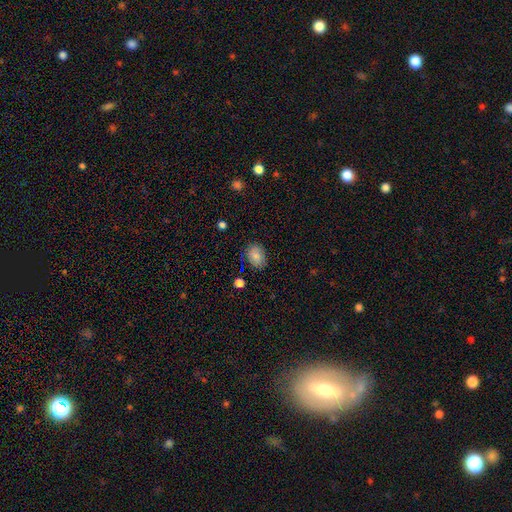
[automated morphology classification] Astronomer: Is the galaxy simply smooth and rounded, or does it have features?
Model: smooth — 82%.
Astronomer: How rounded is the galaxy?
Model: in between — 68%.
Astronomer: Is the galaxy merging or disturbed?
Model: none — 82%.